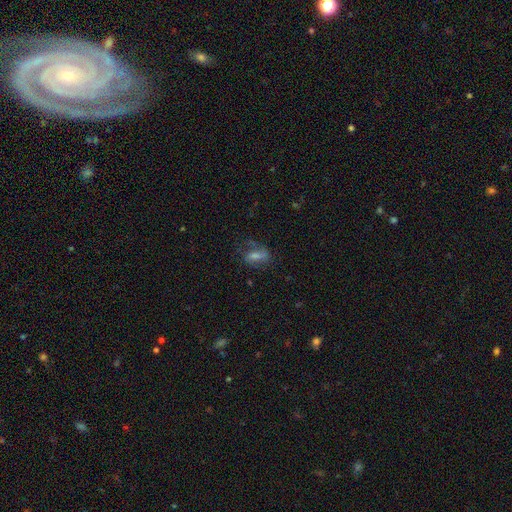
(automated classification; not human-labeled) This appears to be a featured or disk galaxy (45%). Merging: none (51%).